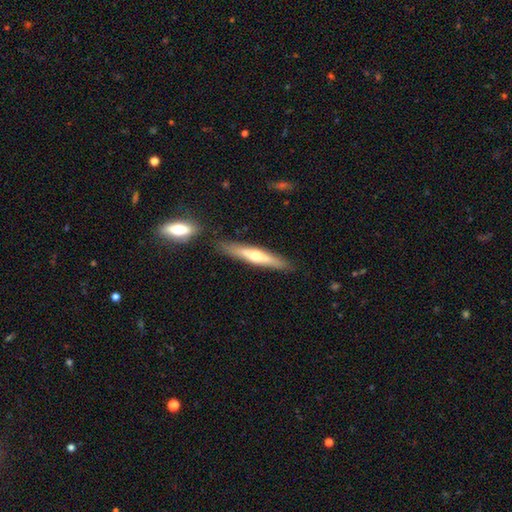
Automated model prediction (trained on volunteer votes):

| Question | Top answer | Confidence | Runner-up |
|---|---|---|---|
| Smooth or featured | featured or disk | 53% | smooth (42%) |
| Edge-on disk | yes | 89% | no (11%) |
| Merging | none | 82% | minor disturbance (11%) |